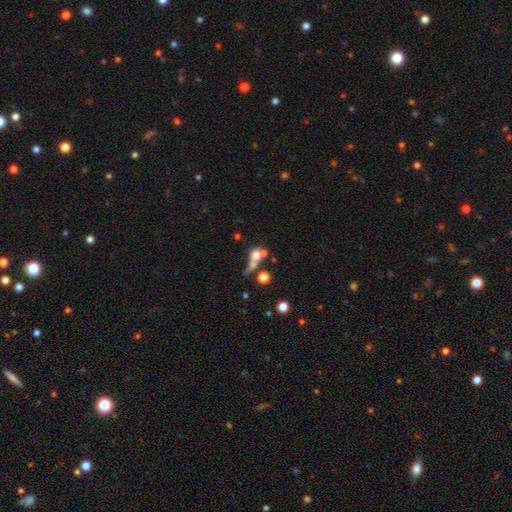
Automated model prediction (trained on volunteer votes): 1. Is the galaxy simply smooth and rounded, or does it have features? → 59% smooth, 26% featured or disk, 15% star or artifact.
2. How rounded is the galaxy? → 60% round, 35% in between, 6% cigar-shaped.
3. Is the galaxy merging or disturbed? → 50% merger, 23% none, 17% major disturbance, 10% minor disturbance.